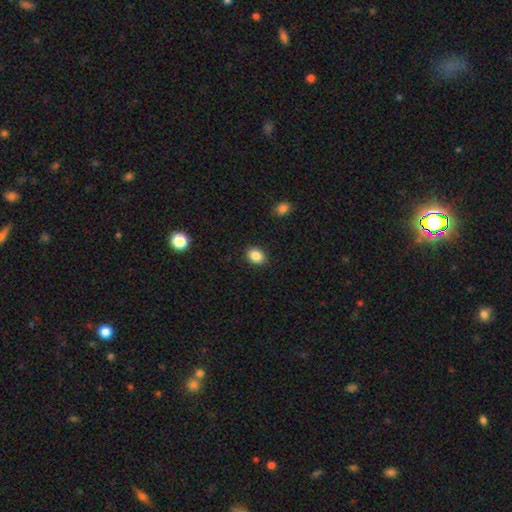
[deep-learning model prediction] A smooth galaxy with no disk features (86%) that is in between round and cigar-shaped (52%). Merging: none (88%).